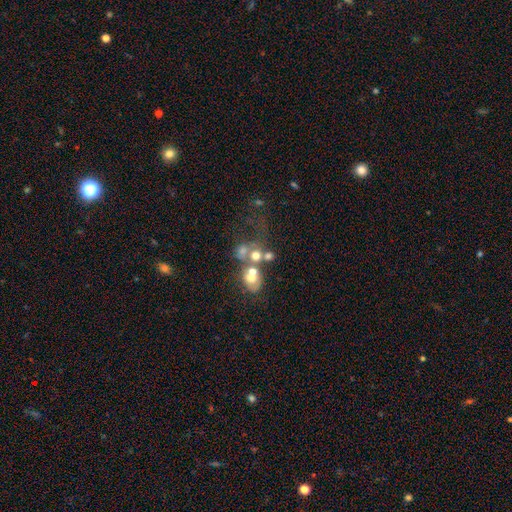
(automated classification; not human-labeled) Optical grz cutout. It shows a smooth galaxy with no disk features (53%) that is round (70%). Merging: merger (48%).